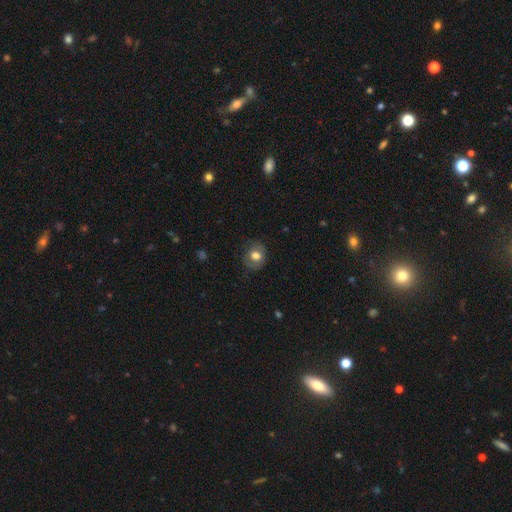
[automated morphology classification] Smooth or featured? Predicted: smooth (p=0.70). How rounded? Predicted: round (p=0.66). Merging? Predicted: none (p=0.78).